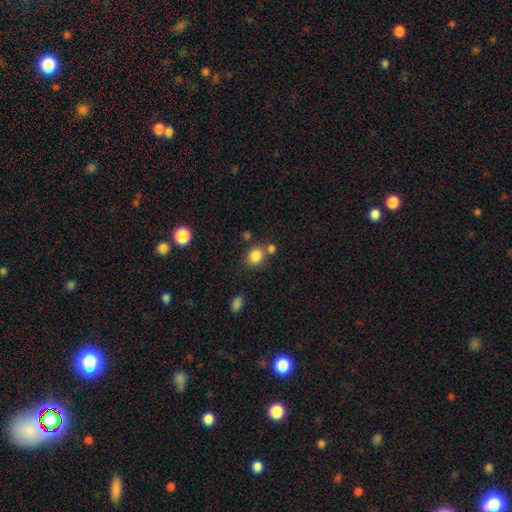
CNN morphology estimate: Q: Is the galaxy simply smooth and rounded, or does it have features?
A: smooth — 84%.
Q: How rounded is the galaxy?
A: round — 70%.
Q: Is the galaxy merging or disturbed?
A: none — 65%.